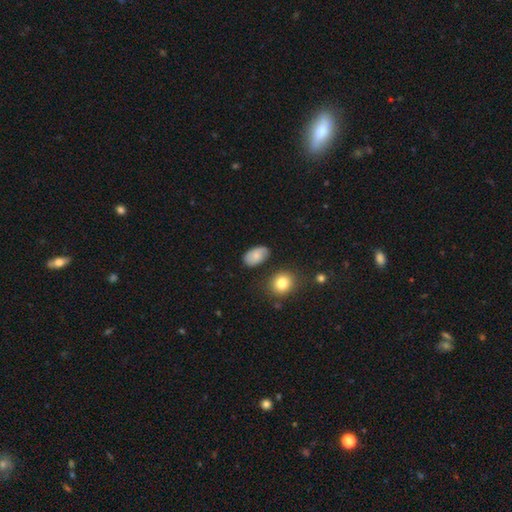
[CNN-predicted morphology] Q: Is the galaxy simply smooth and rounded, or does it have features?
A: smooth — 73%.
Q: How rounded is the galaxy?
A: in between — 90%.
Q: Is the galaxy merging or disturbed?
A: none — 71%.